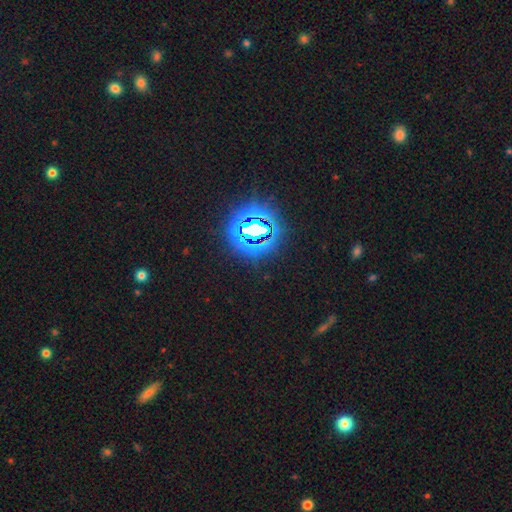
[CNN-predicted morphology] Smooth or featured: star or artifact — 80% (smooth — 12%)